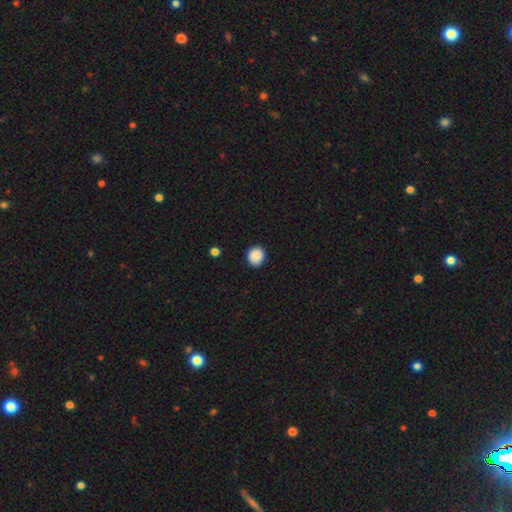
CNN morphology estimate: A smooth galaxy with no disk features (89%) that is round (84%). Merging: none (90%).